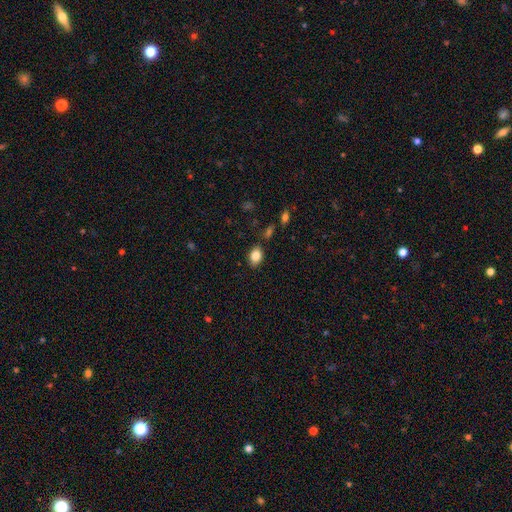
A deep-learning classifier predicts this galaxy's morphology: smooth-or-featured: smooth: 83% | star or artifact: 9% | featured or disk: 8%
  how-rounded: in between: 77% | round: 22% | cigar-shaped: 1%
  merging: none: 84% | minor disturbance: 11% | major disturbance: 3% | merger: 2%